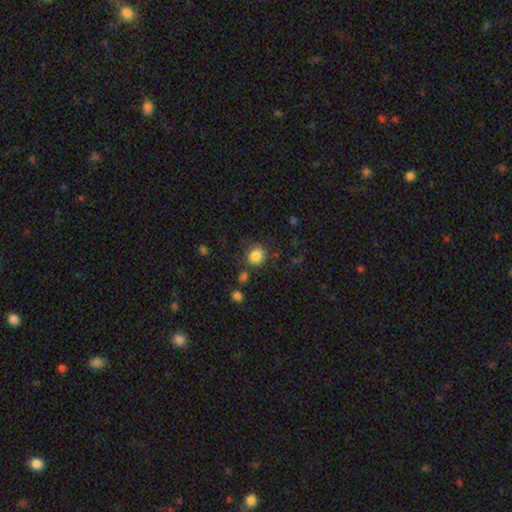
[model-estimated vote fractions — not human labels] smooth 84%, star or artifact 11%, featured or disk 5%. Down the decision tree: how rounded — round (83%); merging — none (75%).